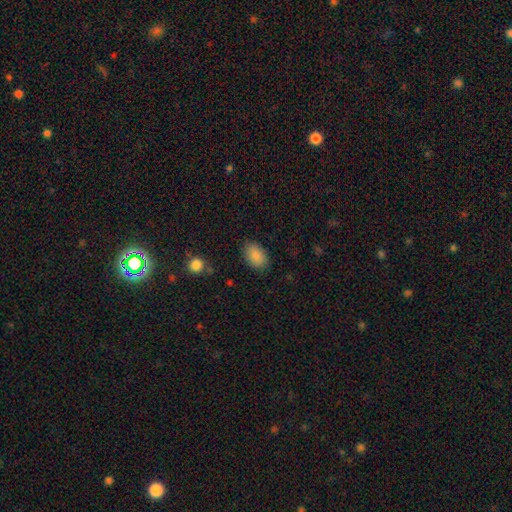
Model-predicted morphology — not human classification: Overall: smooth (88%). How rounded: in between (85%). Merging: none (84%).